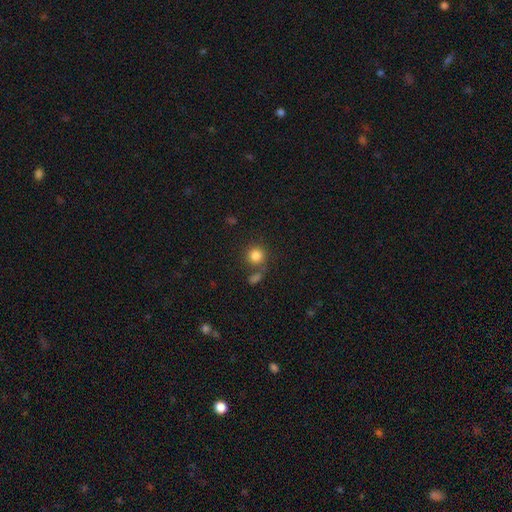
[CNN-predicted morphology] type=smooth (84%); roundness=round (90%); merging=none (70%).